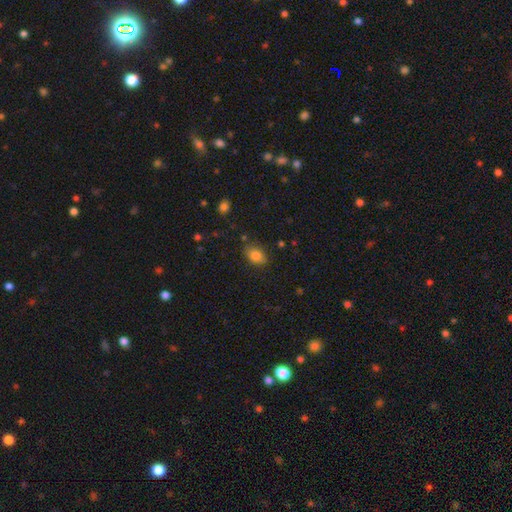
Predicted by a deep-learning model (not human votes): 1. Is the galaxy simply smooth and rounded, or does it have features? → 82% smooth, 10% star or artifact, 8% featured or disk.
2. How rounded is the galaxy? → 81% in between, 17% round, 2% cigar-shaped.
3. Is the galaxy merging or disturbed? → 76% none, 17% minor disturbance, 4% major disturbance, 3% merger.